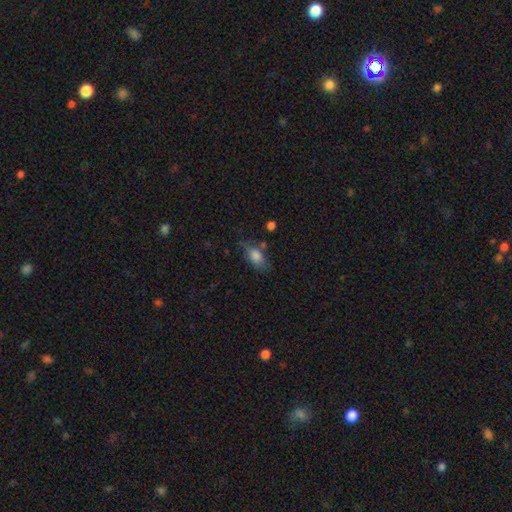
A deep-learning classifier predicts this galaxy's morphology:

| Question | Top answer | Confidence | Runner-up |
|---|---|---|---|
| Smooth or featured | smooth | 80% | featured or disk (11%) |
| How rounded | in between | 86% | round (10%) |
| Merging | none | 55% | minor disturbance (27%) |